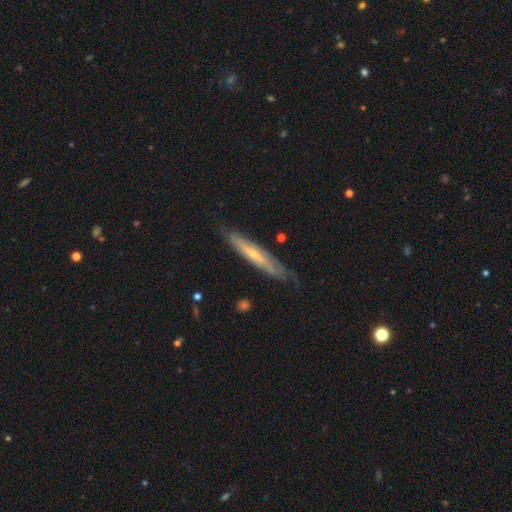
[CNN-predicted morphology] Smooth or featured: featured or disk — 59% (smooth — 34%)
Edge-on disk: yes — 80% (no — 20%)
Merging: none — 80% (minor disturbance — 16%)